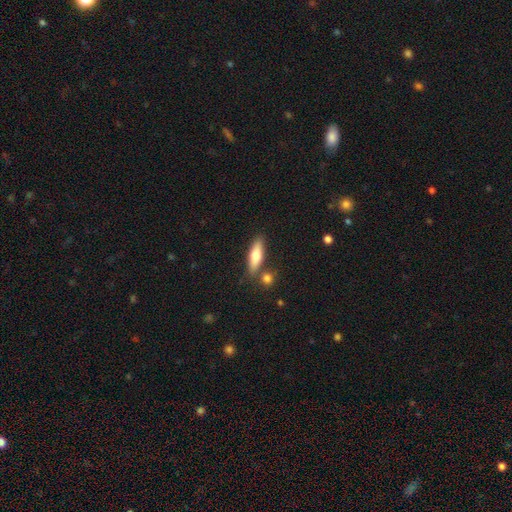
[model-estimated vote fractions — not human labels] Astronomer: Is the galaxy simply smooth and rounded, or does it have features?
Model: smooth — 70%.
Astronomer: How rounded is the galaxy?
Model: cigar-shaped — 51% (runner-up: in between, 46%).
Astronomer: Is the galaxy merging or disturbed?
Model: none — 74%.